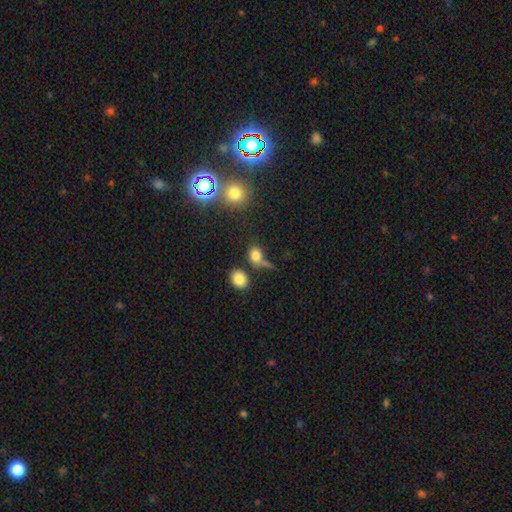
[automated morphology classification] A smooth galaxy with no disk features (77%) that is round (50%). Merging: none (50%).